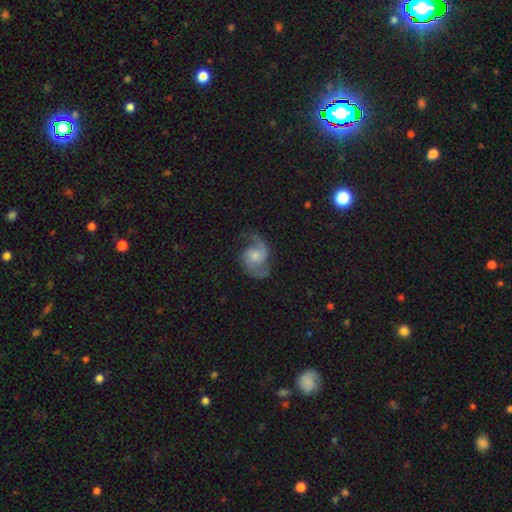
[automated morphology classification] The model was most divided on "bulge size": moderate: 45%, small: 39%, none: 7%, large: 7%, dominant: 1%. More confident: edge-on disk — no (98%); spiral arms — yes (97%); spiral arm count — 2 (90%); smooth or featured — featured or disk (86%); merging — none (72%); bar — no (66%); spiral winding — medium (54%).